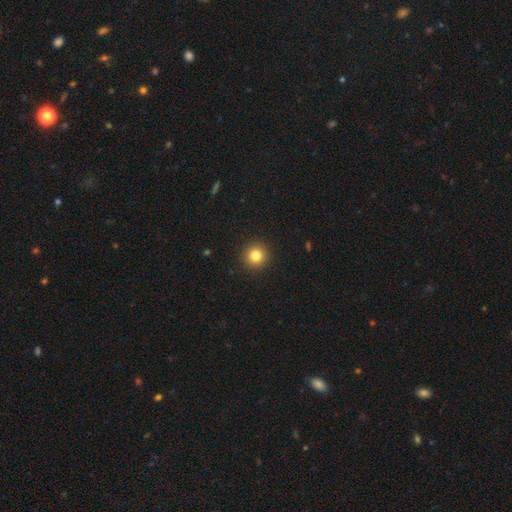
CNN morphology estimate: smooth 82%, star or artifact 12%, featured or disk 6%. Down the decision tree: how rounded — round (95%); merging — none (93%).